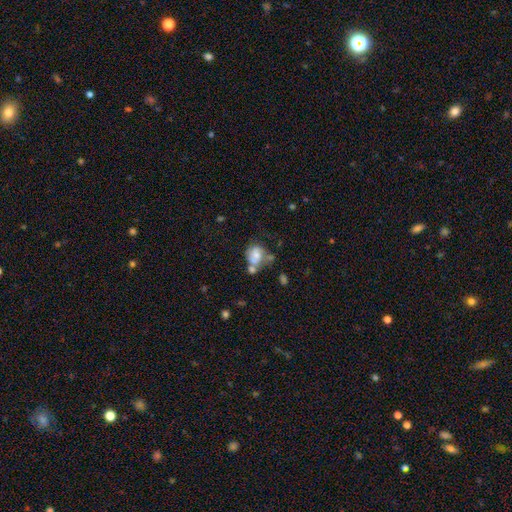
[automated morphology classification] Q: Smooth or featured?
A: smooth (55%); runner-up: featured or disk (35%)
Q: How rounded?
A: round (53%); runner-up: in between (45%)
Q: Merging?
A: merger (34%); runner-up: none (32%)